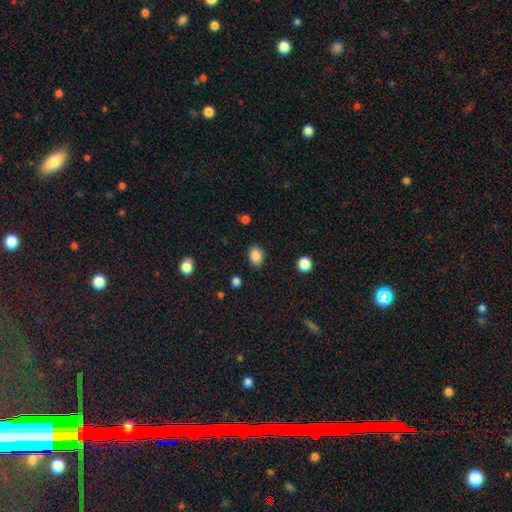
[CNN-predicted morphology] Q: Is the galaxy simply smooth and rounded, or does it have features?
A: smooth — 87%.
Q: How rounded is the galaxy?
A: in between — 73%.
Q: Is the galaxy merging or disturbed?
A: none — 85%.